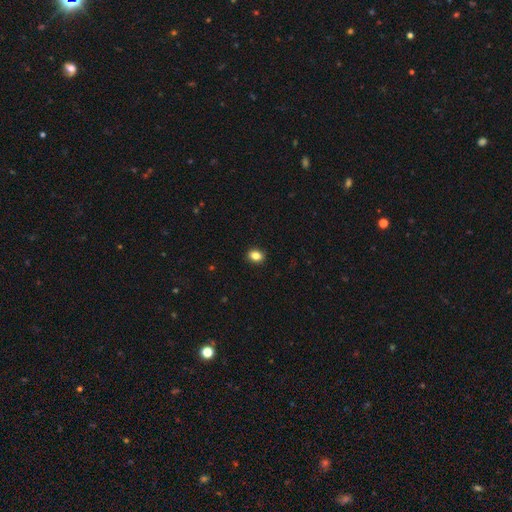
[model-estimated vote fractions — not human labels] The model was most divided on "how rounded": in between: 60%, round: 39%, cigar-shaped: 1%. More confident: merging — none (91%); smooth or featured — smooth (85%).